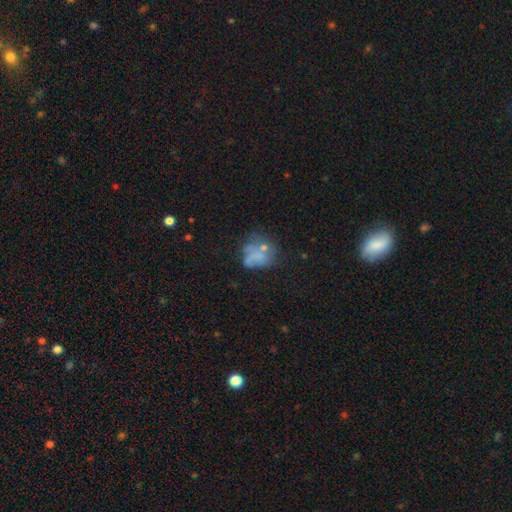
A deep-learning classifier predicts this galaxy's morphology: The model was most divided on "merging": none: 36%, major disturbance: 28%, minor disturbance: 23%, merger: 13%. Remaining: smooth or featured — smooth (49%).